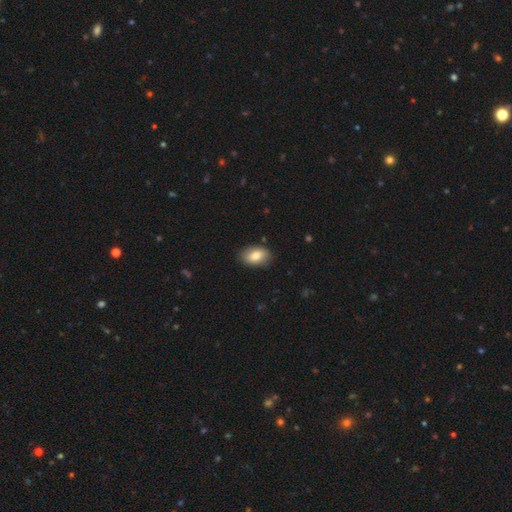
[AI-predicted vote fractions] Morphology: type=smooth (81%); roundness=in between (89%); merging=none (85%).